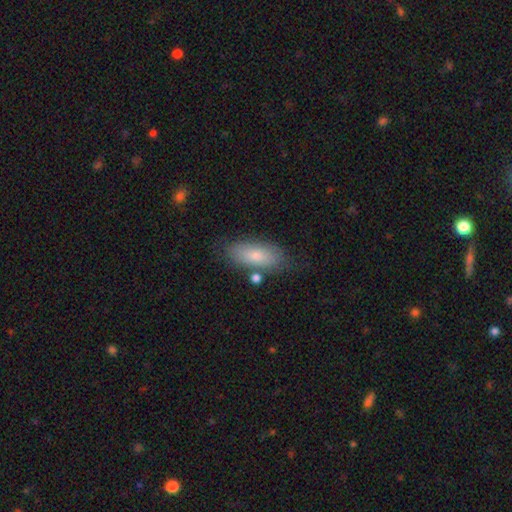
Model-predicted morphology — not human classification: The model was most divided on "merging": none: 71%, minor disturbance: 17%, merger: 7%, major disturbance: 5%. More confident: how rounded — in between (86%); smooth or featured — smooth (78%).